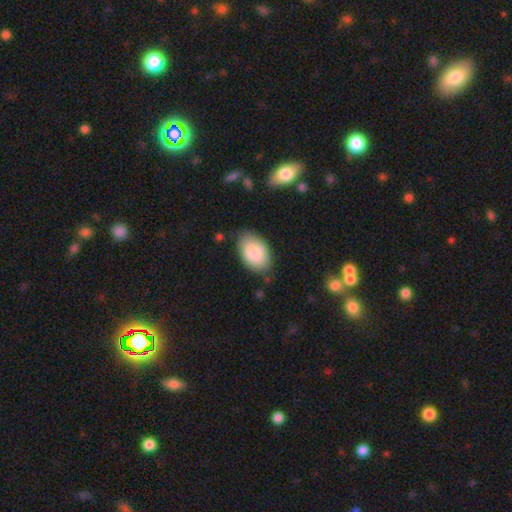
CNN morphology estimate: smooth-or-featured: smooth: 85% | featured or disk: 9% | star or artifact: 6%
  how-rounded: in between: 93% | round: 6% | cigar-shaped: 1%
  merging: none: 77% | minor disturbance: 17% | major disturbance: 4% | merger: 2%